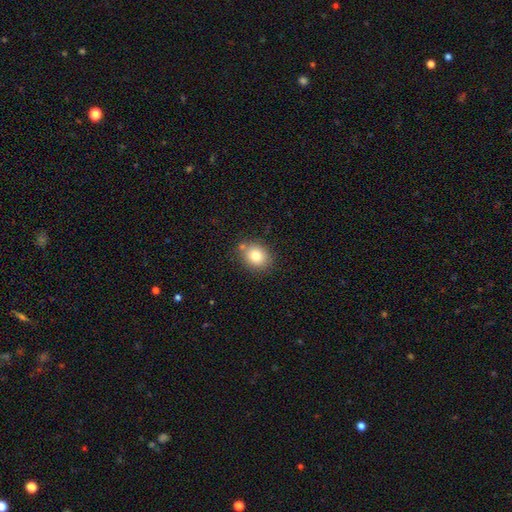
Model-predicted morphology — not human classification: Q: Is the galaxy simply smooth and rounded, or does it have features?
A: smooth — 79%.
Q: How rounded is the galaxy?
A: round — 61%.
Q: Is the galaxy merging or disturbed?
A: none — 75%.